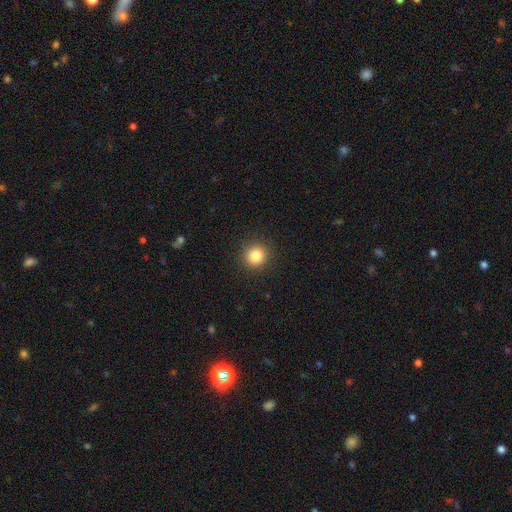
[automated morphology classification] A smooth galaxy with no disk features (84%) that is round (92%). Merging: none (91%).